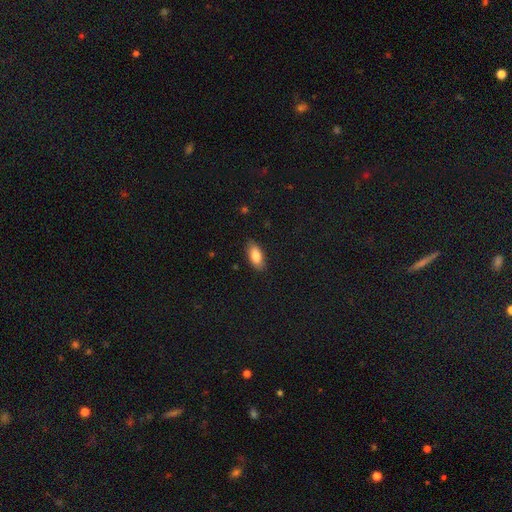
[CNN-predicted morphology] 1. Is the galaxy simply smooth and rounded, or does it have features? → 84% smooth, 10% featured or disk, 6% star or artifact.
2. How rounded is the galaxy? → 88% in between, 9% cigar-shaped, 2% round.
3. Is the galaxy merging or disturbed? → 86% none, 11% minor disturbance, 2% major disturbance, 1% merger.